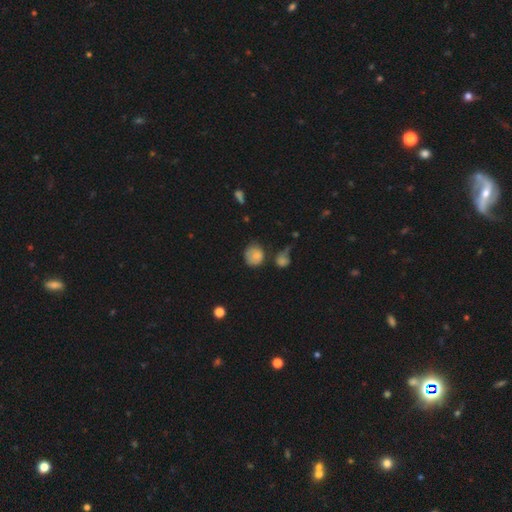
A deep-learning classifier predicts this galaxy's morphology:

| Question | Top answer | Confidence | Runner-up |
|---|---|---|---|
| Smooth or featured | smooth | 75% | featured or disk (14%) |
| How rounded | round | 80% | in between (19%) |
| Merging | none | 52% | minor disturbance (27%) |